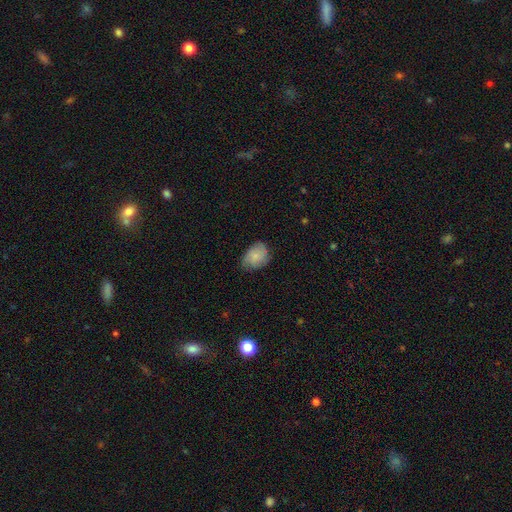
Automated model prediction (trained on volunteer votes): Smooth or featured?
  - smooth: 74% *
  - featured or disk: 19%
  - star or artifact: 7%
How rounded?
  - in between: 67% *
  - round: 32%
  - cigar-shaped: 1%
Merging?
  - none: 63% *
  - minor disturbance: 30%
  - major disturbance: 6%
  - merger: 1%